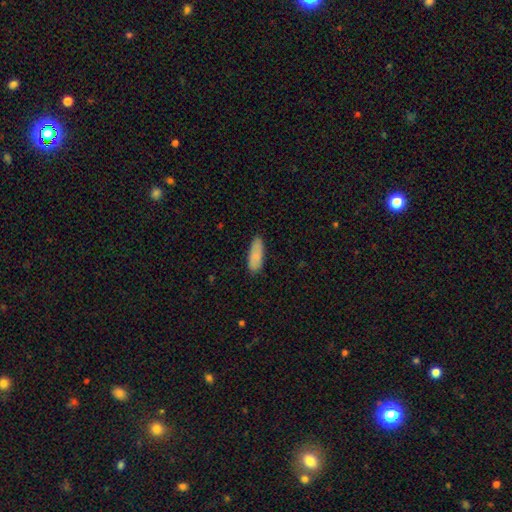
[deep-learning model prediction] Smooth or featured?
  - smooth: 85% *
  - featured or disk: 9%
  - star or artifact: 6%
How rounded?
  - in between: 67% *
  - cigar-shaped: 31%
  - round: 2%
Merging?
  - none: 82% *
  - minor disturbance: 14%
  - major disturbance: 3%
  - merger: 1%